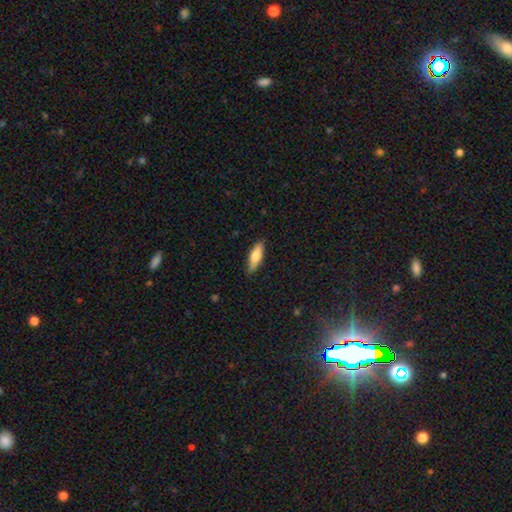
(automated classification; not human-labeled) This is likely a smooth galaxy (68%). How rounded: possibly cigar-shaped (53%). Merging: clearly none (86%).